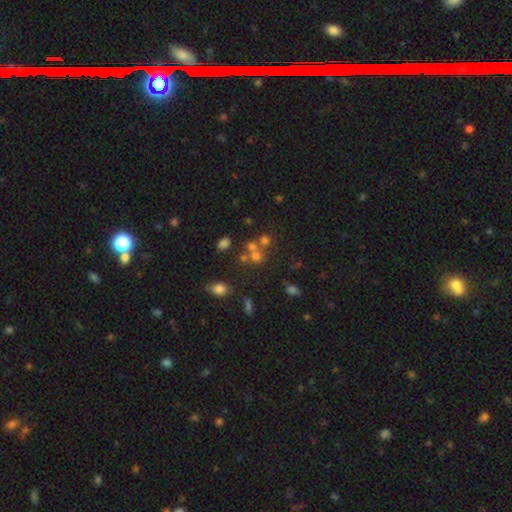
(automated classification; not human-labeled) Overall: smooth (58%; star or artifact 24%). How rounded: round (78%). Merging: none (45%; merger 41%).